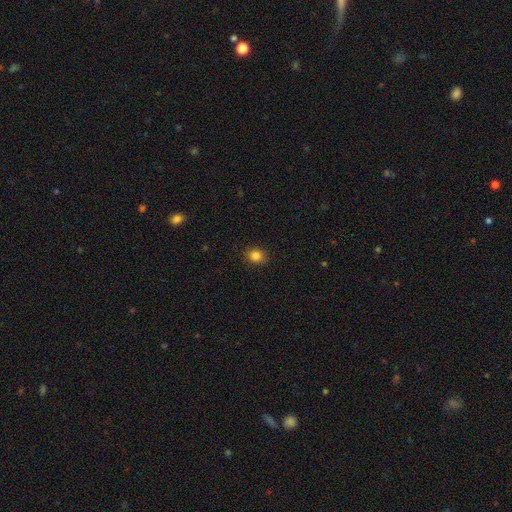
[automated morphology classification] Q: Smooth or featured?
A: smooth (84%); runner-up: star or artifact (11%)
Q: How rounded?
A: round (69%); runner-up: in between (30%)
Q: Merging?
A: none (88%); runner-up: minor disturbance (9%)